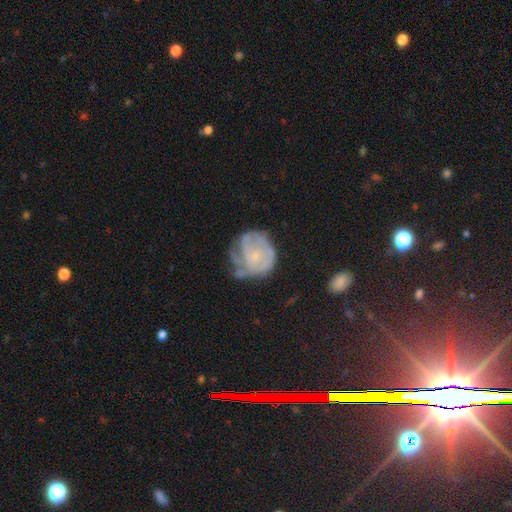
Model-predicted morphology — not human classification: featured or disk 70%, smooth 23%, star or artifact 7%. Down the decision tree: edge-on disk — no (98%); bar — no (68%); spiral arms — yes (81%); spiral arm count — can't tell (41%); spiral winding — tight (57%); bulge size — small (70%); merging — none (43%).